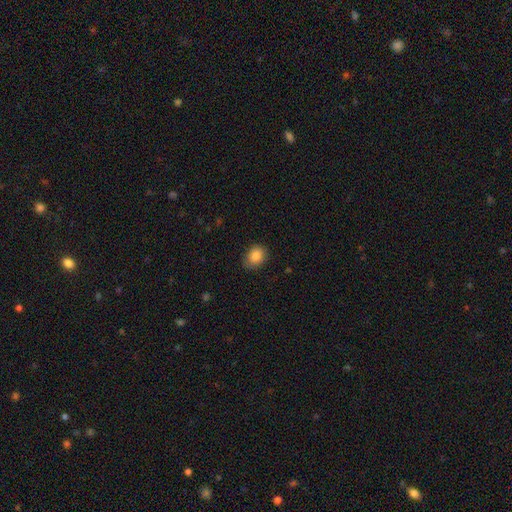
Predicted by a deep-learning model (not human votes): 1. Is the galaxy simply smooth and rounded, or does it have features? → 87% smooth, 8% star or artifact, 5% featured or disk.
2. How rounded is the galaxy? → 60% in between, 39% round, 1% cigar-shaped.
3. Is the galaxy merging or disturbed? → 78% none, 17% minor disturbance, 3% major disturbance, 1% merger.